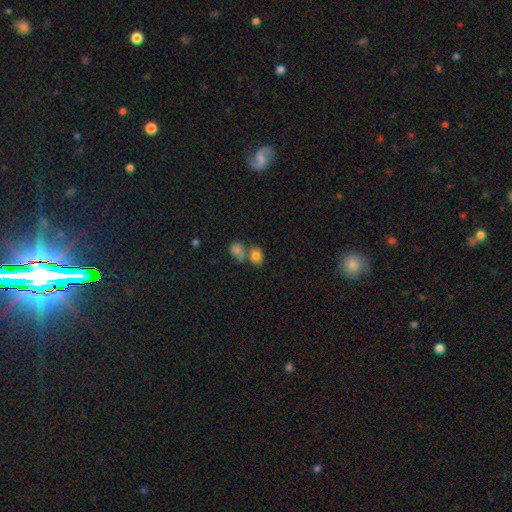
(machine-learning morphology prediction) Smooth or featured? Predicted: smooth (p=0.79). How rounded? Predicted: in between (p=0.57). Merging? Predicted: none (p=0.42, tied with merger).